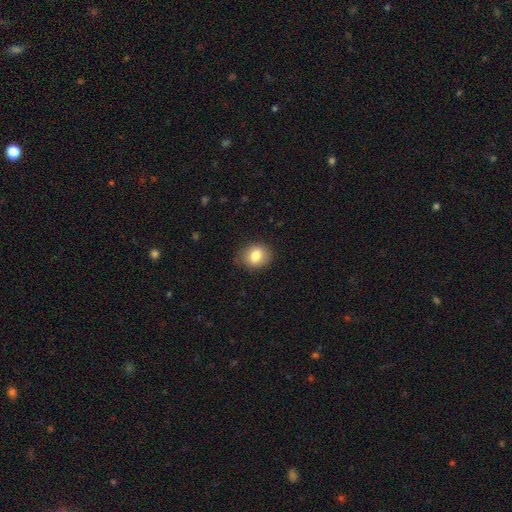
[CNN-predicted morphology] type=smooth (80%); roundness=round (52%); merging=none (82%).